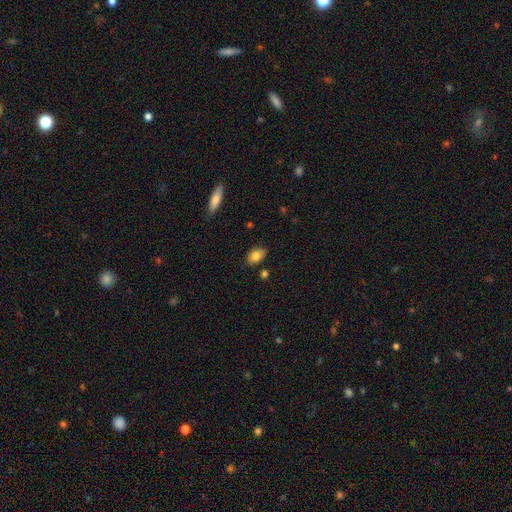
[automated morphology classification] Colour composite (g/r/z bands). It shows a smooth galaxy with no disk features (82%) that is in between round and cigar-shaped (88%). Merging: none (83%).